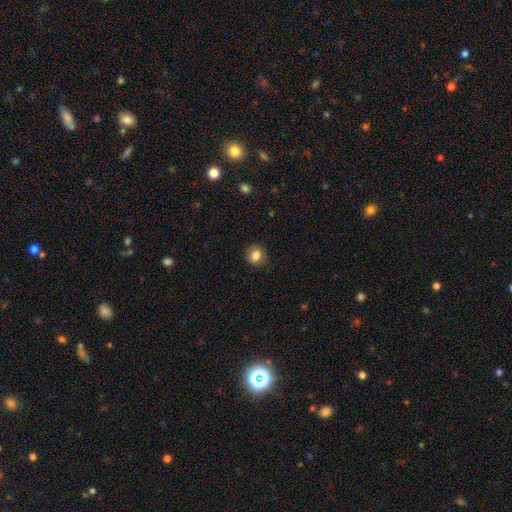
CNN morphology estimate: type=smooth (81%); roundness=round (72%); merging=none (82%).